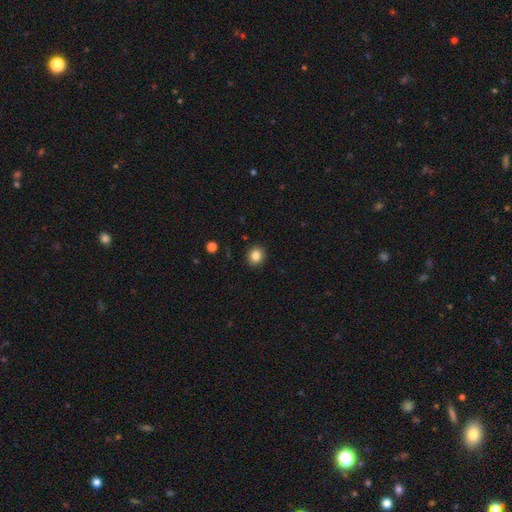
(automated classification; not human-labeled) The model was most divided on "how rounded": round: 80%, in between: 19%, cigar-shaped: 1%. More confident: merging — none (91%); smooth or featured — smooth (84%).